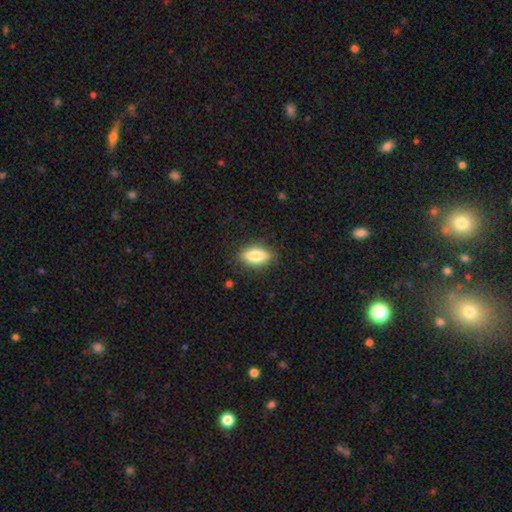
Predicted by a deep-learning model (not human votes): Smooth or featured? Predicted: smooth (p=0.71). How rounded? Predicted: in between (p=0.74). Merging? Predicted: none (p=0.85).